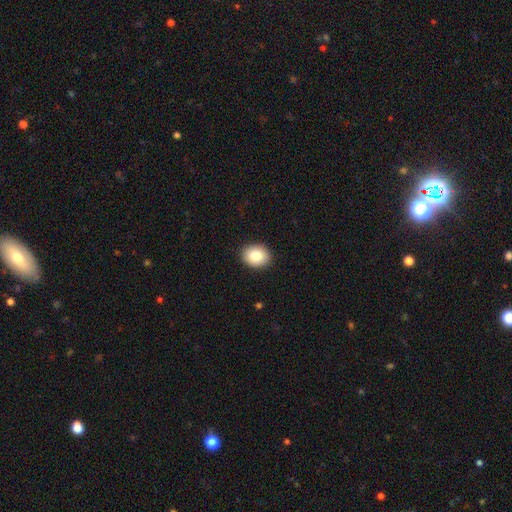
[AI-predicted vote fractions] Smooth or featured?
  - smooth: 84% *
  - featured or disk: 8%
  - star or artifact: 8%
How rounded?
  - in between: 54% *
  - round: 45%
  - cigar-shaped: 1%
Merging?
  - none: 91% *
  - minor disturbance: 7%
  - major disturbance: 2%
  - merger: 1%